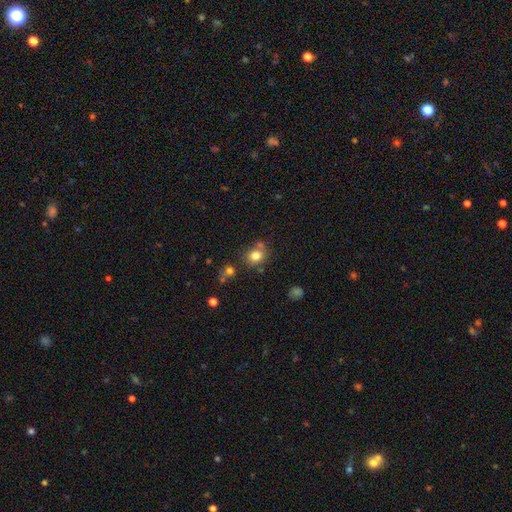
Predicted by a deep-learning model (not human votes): Q: Smooth or featured?
A: smooth (79%); runner-up: star or artifact (13%)
Q: How rounded?
A: round (73%); runner-up: in between (26%)
Q: Merging?
A: none (65%); runner-up: merger (16%)